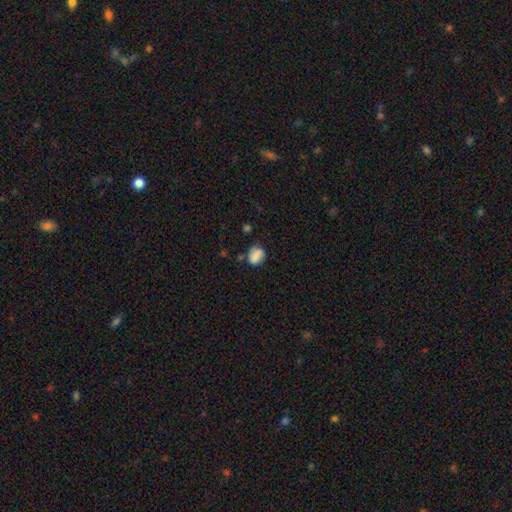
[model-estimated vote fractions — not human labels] smooth-or-featured: smooth: 79% | featured or disk: 11% | star or artifact: 9%
  how-rounded: in between: 59% | round: 39% | cigar-shaped: 2%
  merging: none: 59% | minor disturbance: 26% | major disturbance: 8% | merger: 6%